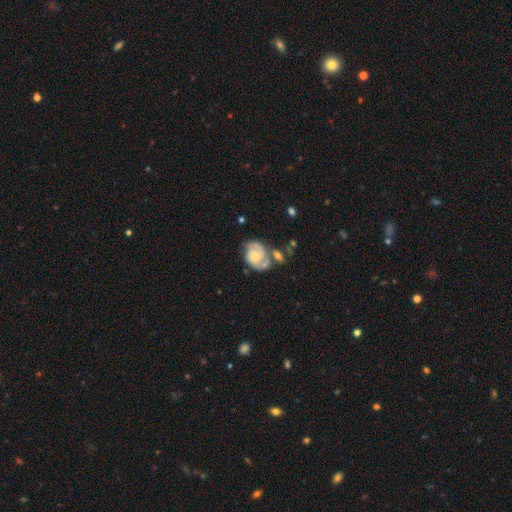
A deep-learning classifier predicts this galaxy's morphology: Overall: featured or disk (77%). Edge-on disk: no (98%). Bar: no (70%). Spiral arms: yes (93%). Spiral arm count: 2 (68%). Spiral winding: tight (50%; medium 39%). Bulge size: small (60%; moderate 24%). Merging: none (43%; merger 26%).